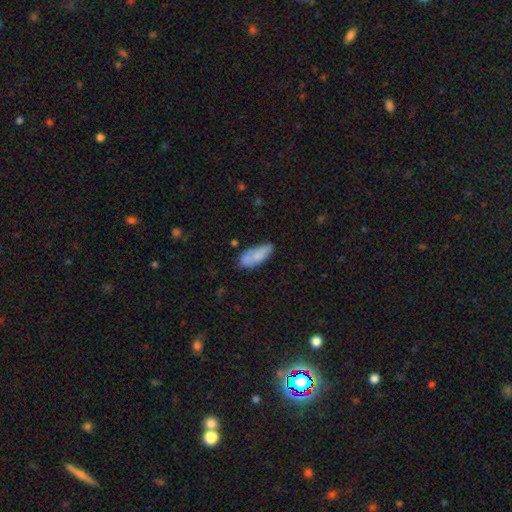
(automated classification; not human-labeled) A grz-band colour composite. It shows a smooth galaxy with no disk features (73%) that is in between round and cigar-shaped (78%). Merging: none (53%).